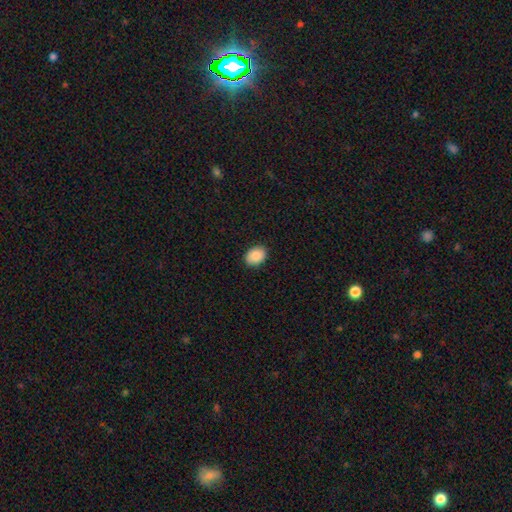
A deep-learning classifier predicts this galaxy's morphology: A smooth galaxy with no disk features (89%) that is in between round and cigar-shaped (75%). Merging: none (89%).